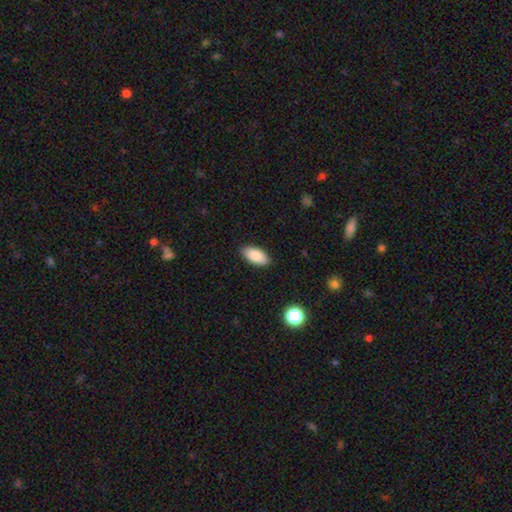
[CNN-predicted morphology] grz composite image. It shows a smooth galaxy with no disk features (87%) that is in between round and cigar-shaped (92%). Merging: none (88%).